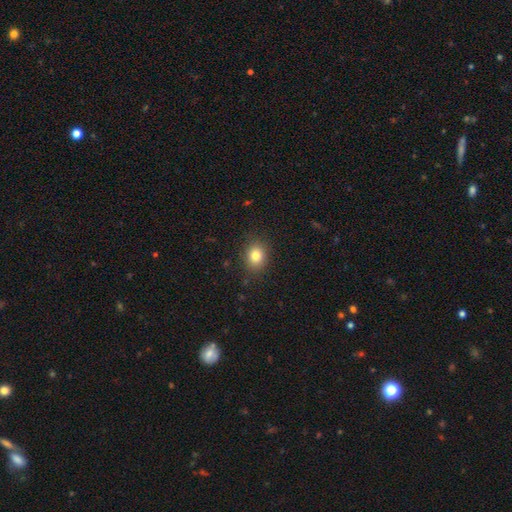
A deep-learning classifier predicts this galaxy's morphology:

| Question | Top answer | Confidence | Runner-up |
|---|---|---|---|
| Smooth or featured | smooth | 82% | star or artifact (11%) |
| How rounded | round | 52% | in between (47%) |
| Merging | none | 87% | minor disturbance (10%) |